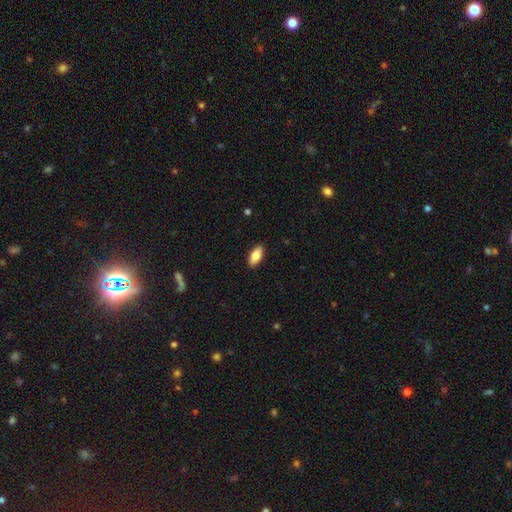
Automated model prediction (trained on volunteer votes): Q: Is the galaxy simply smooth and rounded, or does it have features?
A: smooth — 78%.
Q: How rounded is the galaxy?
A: in between — 85%.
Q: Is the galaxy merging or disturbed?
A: none — 90%.